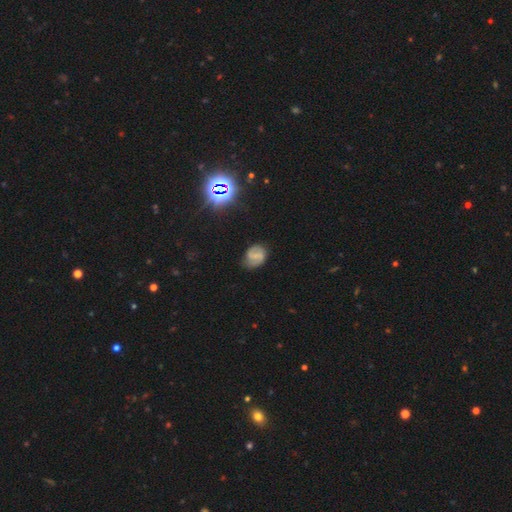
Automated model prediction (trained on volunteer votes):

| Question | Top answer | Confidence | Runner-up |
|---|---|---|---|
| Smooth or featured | featured or disk | 50% | smooth (38%) |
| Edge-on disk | no | 97% | yes (3%) |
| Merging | none | 68% | minor disturbance (23%) |